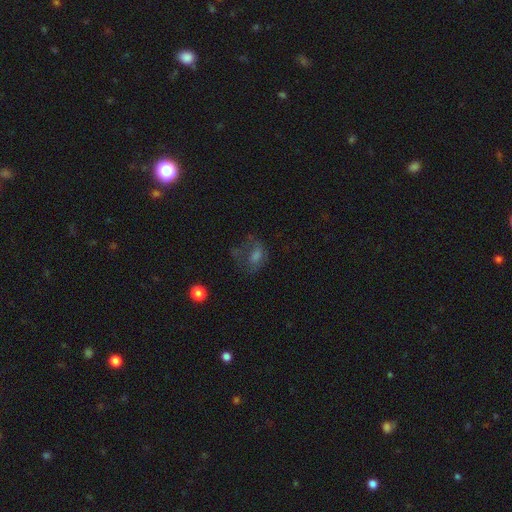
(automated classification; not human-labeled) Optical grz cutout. It shows a smooth galaxy with no disk features (43%). Merging: none (43%).